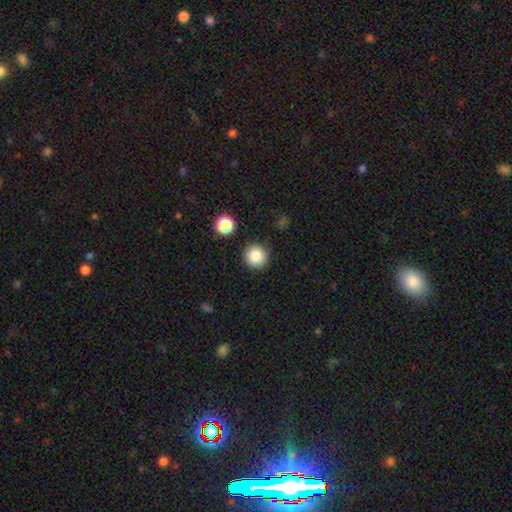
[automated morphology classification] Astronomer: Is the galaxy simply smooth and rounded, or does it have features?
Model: smooth — 85%.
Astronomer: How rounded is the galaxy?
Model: round — 94%.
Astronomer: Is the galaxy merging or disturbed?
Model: none — 88%.